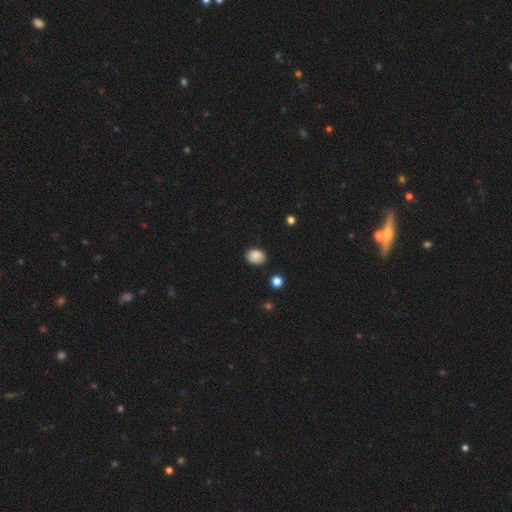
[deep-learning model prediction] Smooth or featured: smooth — 85% (star or artifact — 9%)
How rounded: in between — 65% (round — 34%)
Merging: none — 80% (minor disturbance — 15%)